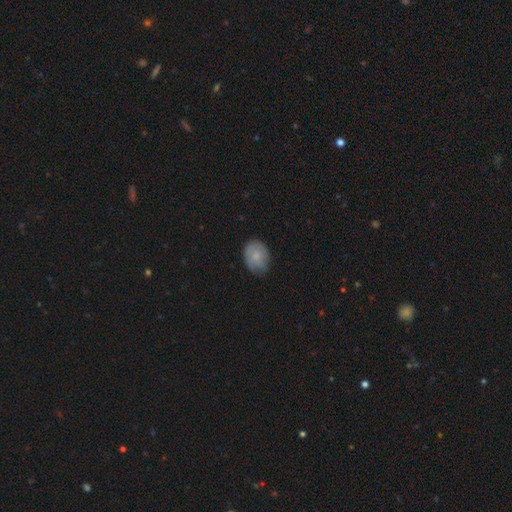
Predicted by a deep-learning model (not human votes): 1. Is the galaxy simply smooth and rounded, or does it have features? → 75% smooth, 18% featured or disk, 7% star or artifact.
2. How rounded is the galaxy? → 69% in between, 30% round, 1% cigar-shaped.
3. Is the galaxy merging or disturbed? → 69% none, 25% minor disturbance, 5% major disturbance, 1% merger.